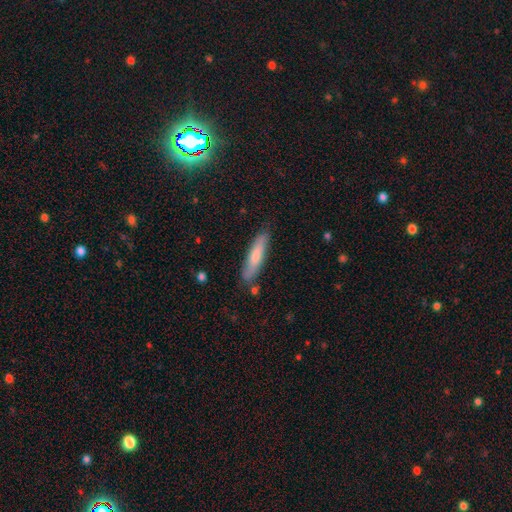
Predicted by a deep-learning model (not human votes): smooth_or_featured: smooth (p=0.71) [alt: featured or disk p=0.23]
how_rounded: cigar-shaped (p=0.80) [alt: in between p=0.18]
merging: none (p=0.81) [alt: minor disturbance p=0.14]